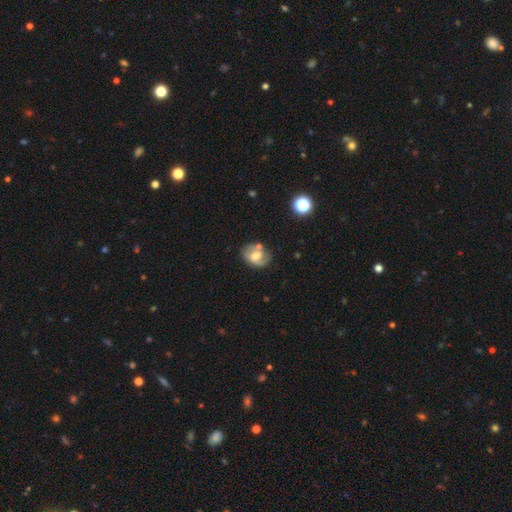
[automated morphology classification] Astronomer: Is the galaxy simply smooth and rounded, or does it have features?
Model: featured or disk — 52% (runner-up: smooth, 39%).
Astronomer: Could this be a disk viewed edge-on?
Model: no — 96%.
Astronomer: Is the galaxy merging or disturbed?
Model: none — 55%.